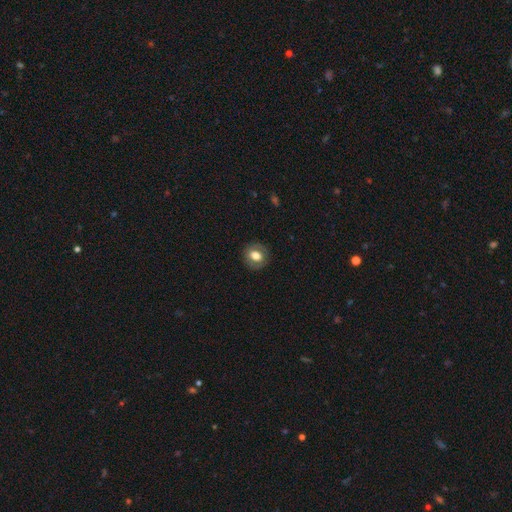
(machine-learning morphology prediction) Smooth or featured?
  - smooth: 67% *
  - featured or disk: 24%
  - star or artifact: 9%
How rounded?
  - round: 71% *
  - in between: 28%
  - cigar-shaped: 1%
Merging?
  - none: 86% *
  - minor disturbance: 10%
  - major disturbance: 3%
  - merger: 1%